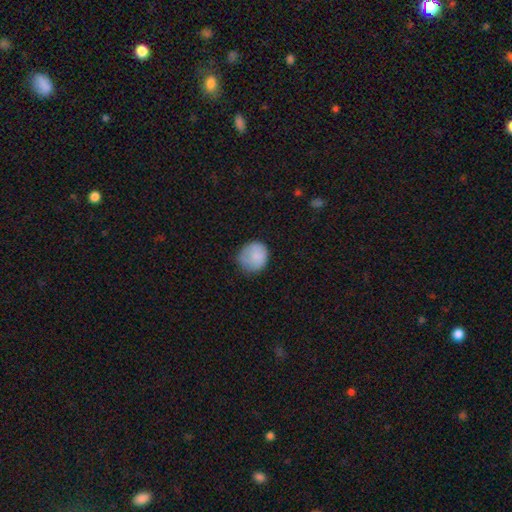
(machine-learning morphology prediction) smooth-or-featured: smooth: 83% | featured or disk: 9% | star or artifact: 8%
  how-rounded: round: 82% | in between: 17% | cigar-shaped: 1%
  merging: none: 69% | minor disturbance: 23% | major disturbance: 7% | merger: 1%